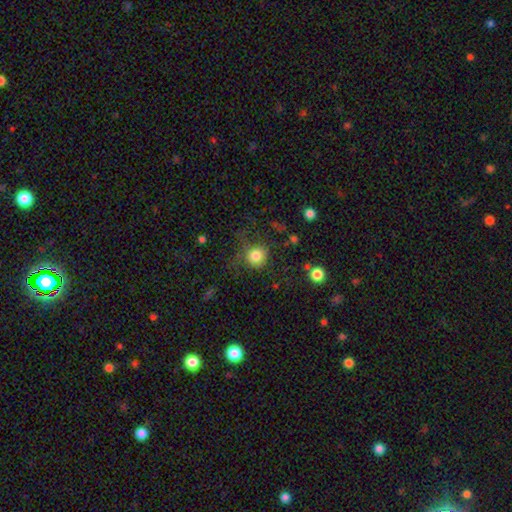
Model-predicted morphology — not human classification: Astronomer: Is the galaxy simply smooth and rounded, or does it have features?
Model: smooth — 82%.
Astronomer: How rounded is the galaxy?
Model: round — 90%.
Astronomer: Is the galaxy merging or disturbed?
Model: none — 66%.